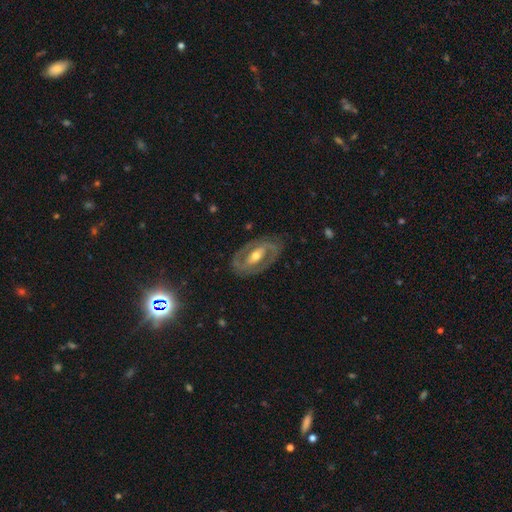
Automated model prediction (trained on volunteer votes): smooth-or-featured: featured or disk: 82% | smooth: 11% | star or artifact: 7%
  disk-edge-on: no: 94% | yes: 6%
    bar: strong: 43% | weak: 35% | no: 22%
    has-spiral-arms: yes: 80% | no: 20%
      spiral-winding: tight: 45% | medium: 42% | loose: 13%
      spiral-arm-count: 2: 84% | can't tell: 9% | 1: 3% | 3: 2% | 4: 1% | more than 4: 1%
    bulge-size: moderate: 64% | small: 29% | large: 5% | none: 1% | dominant: 1%
  merging: none: 82% | minor disturbance: 11% | major disturbance: 5% | merger: 1%